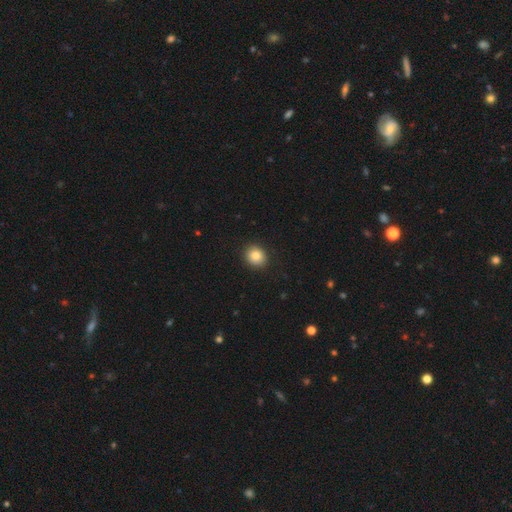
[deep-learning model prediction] Smooth or featured?
  - smooth: 85% *
  - star or artifact: 9%
  - featured or disk: 6%
How rounded?
  - round: 73% *
  - in between: 26%
  - cigar-shaped: 1%
Merging?
  - none: 91% *
  - minor disturbance: 6%
  - major disturbance: 2%
  - merger: 1%